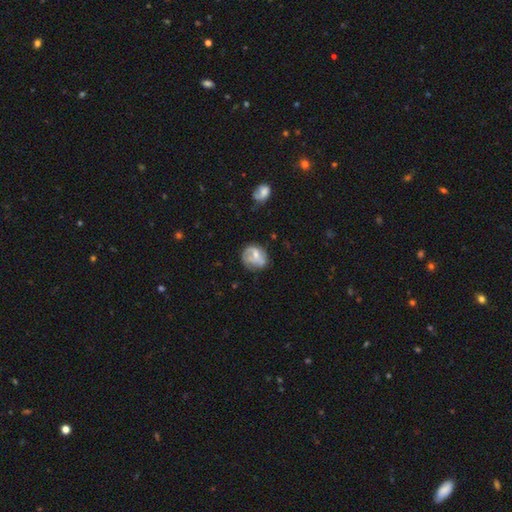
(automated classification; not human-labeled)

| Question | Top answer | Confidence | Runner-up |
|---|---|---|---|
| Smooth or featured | featured or disk | 51% | smooth (41%) |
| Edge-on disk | no | 97% | yes (3%) |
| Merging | none | 54% | minor disturbance (28%) |